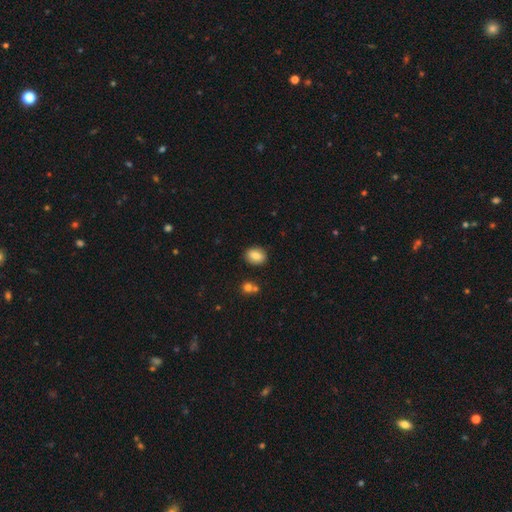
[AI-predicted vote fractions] smooth_or_featured: smooth (p=0.83) [alt: star or artifact p=0.09]
how_rounded: in between (p=0.55) [alt: round p=0.44]
merging: none (p=0.86) [alt: minor disturbance p=0.09]